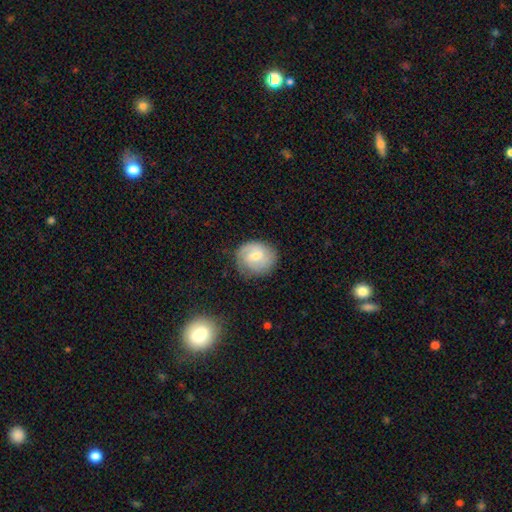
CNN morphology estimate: This is likely a featured or disk galaxy (65%). It is clearly not viewed edge-on (97%). Bar: possibly weak (53%). Spiral arm pattern: clearly yes (91%). Spiral arm count: likely 2 (61%). Spiral winding: possibly tight (51%). Central bulge: possibly moderate (50%). Merging: likely none (79%).